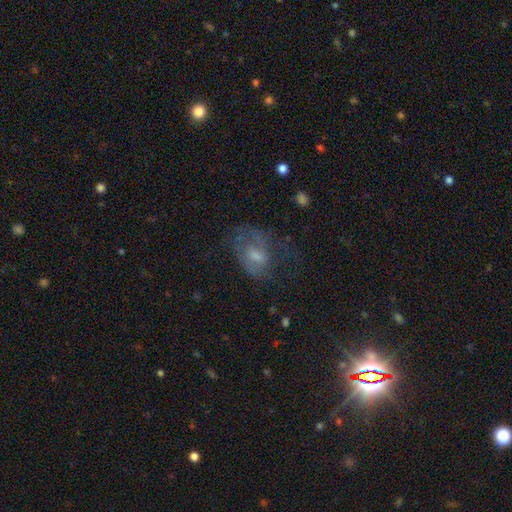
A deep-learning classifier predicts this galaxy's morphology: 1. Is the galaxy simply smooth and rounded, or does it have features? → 52% featured or disk, 33% smooth, 14% star or artifact.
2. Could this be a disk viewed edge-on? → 96% no, 4% yes.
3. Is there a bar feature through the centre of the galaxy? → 53% no, 40% weak, 7% strong.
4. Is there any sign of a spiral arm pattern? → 63% yes, 37% no.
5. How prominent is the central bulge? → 42% moderate, 40% small, 11% none, 6% large, 1% dominant.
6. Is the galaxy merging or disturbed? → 48% none, 28% major disturbance, 23% minor disturbance, 2% merger.